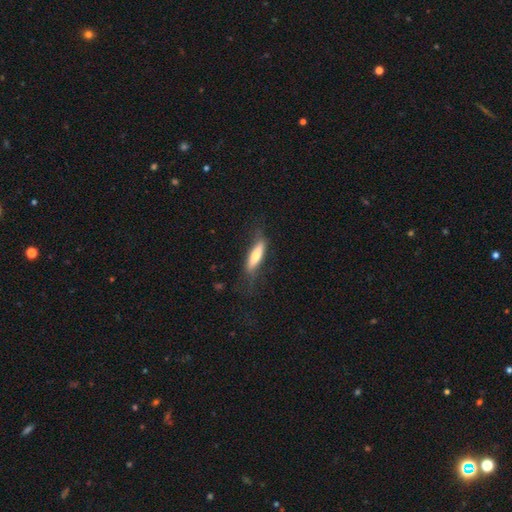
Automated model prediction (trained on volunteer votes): Overall: smooth (64%; featured or disk 30%). How rounded: cigar-shaped (70%). Merging: none (65%).